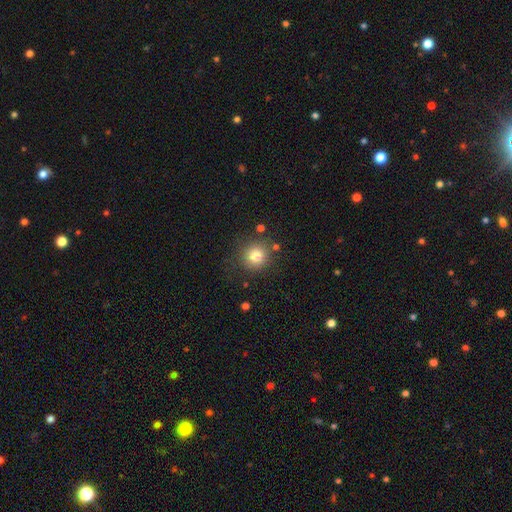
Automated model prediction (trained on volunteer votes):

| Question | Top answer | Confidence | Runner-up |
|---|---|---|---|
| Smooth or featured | smooth | 80% | star or artifact (12%) |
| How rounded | round | 91% | in between (8%) |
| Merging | none | 83% | minor disturbance (10%) |